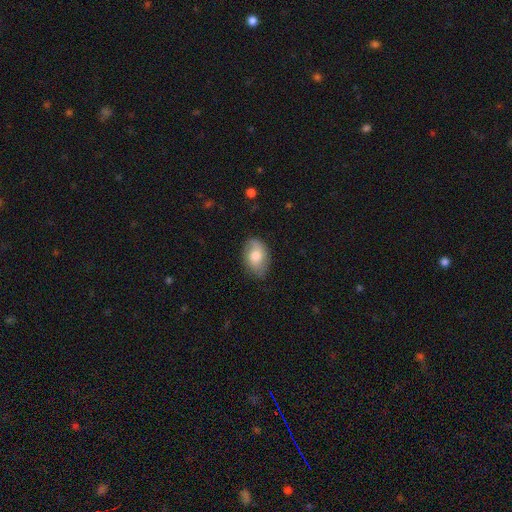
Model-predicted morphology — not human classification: Smooth or featured? Predicted: smooth (p=0.66). How rounded? Predicted: in between (p=0.88). Merging? Predicted: none (p=0.73).